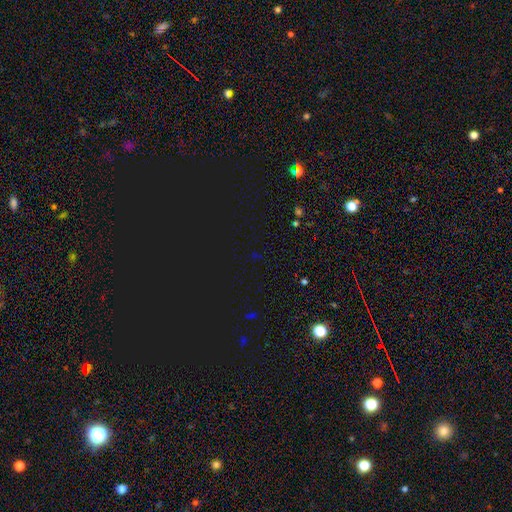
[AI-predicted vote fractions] smooth_or_featured: star or artifact (p=0.76) [alt: smooth p=0.17]